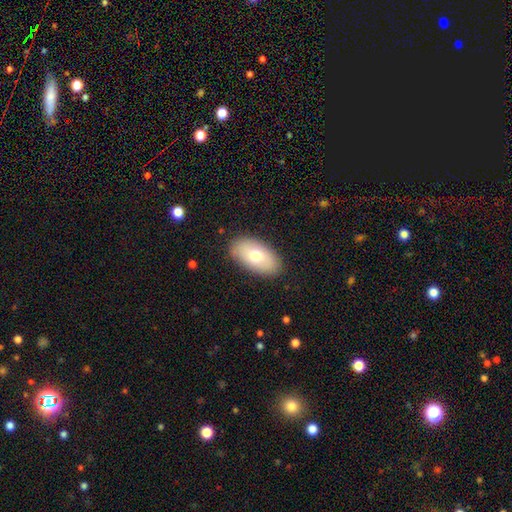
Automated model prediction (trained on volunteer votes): A smooth galaxy with no disk features (69%) that is in between round and cigar-shaped (94%).

Vote fractions:
- Smooth or featured? smooth: 69% / featured or disk: 24% / star or artifact: 7%
- How rounded? in between: 94% / round: 4% / cigar-shaped: 2%
- Merging? none: 87% / minor disturbance: 10% / major disturbance: 3% / merger: 1%